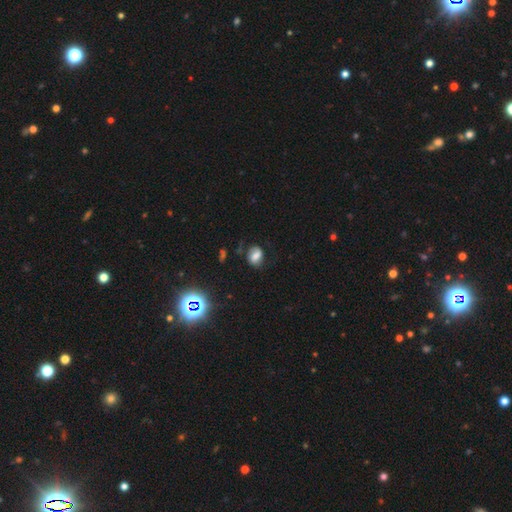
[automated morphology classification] Overall: smooth (62%; featured or disk 23%). How rounded: in between (70%). Merging: none (66%).